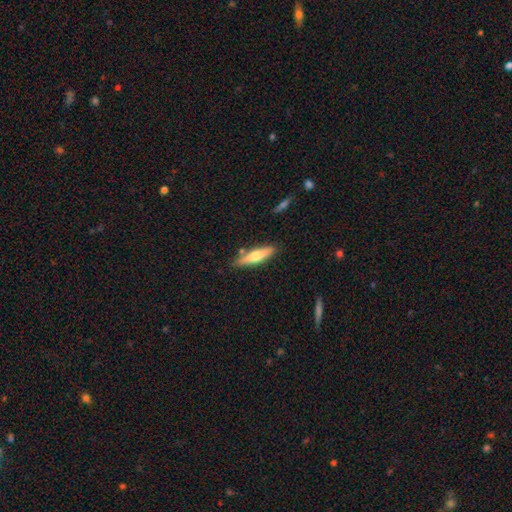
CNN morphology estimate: This is possibly a smooth galaxy (57%). How rounded: likely cigar-shaped (78%). Merging: clearly none (82%).